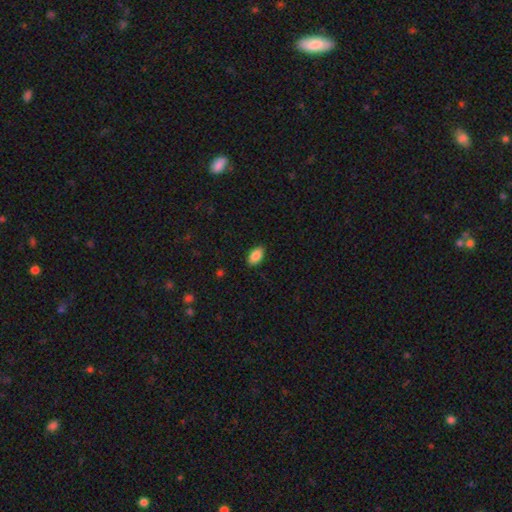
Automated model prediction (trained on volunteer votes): This is clearly a smooth galaxy (86%). How rounded: clearly in between (93%). Merging: clearly none (88%).